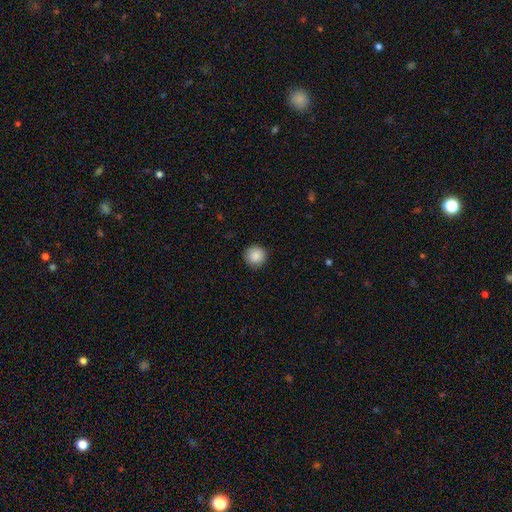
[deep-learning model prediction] smooth 89%, star or artifact 8%, featured or disk 3%. Down the decision tree: how rounded — round (95%); merging — none (91%).